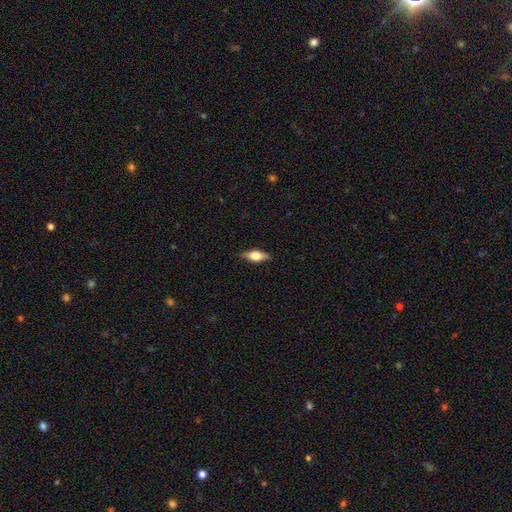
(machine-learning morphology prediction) Smooth or featured? Predicted: featured or disk (p=0.52). Edge-on disk? Predicted: yes (p=0.93). Merging? Predicted: none (p=0.85).